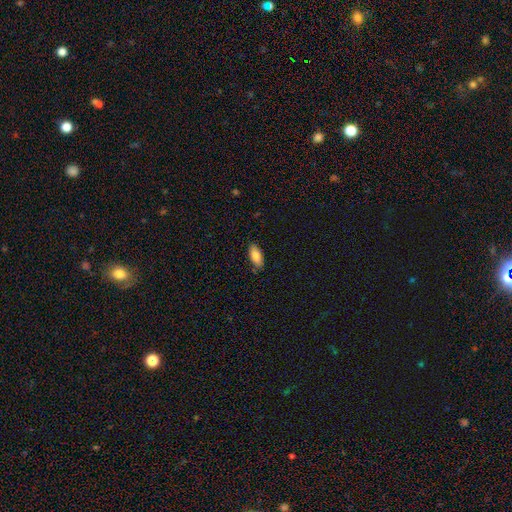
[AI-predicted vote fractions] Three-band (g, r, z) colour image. It shows a smooth galaxy with no disk features (82%) that is in between round and cigar-shaped (87%). Merging: none (84%).